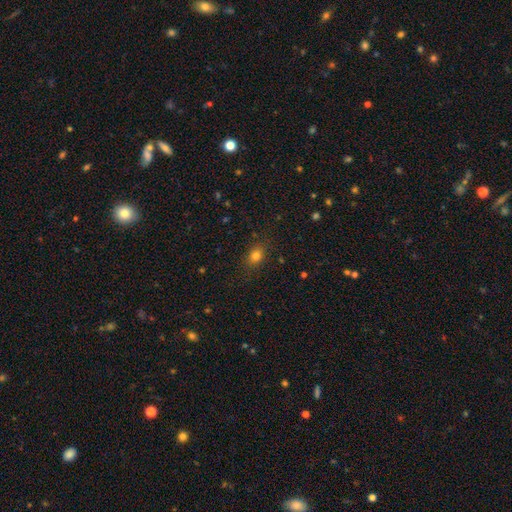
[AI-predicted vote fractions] The model was most divided on "how rounded": in between: 55%, round: 43%, cigar-shaped: 2%. More confident: merging — none (83%); smooth or featured — smooth (80%).